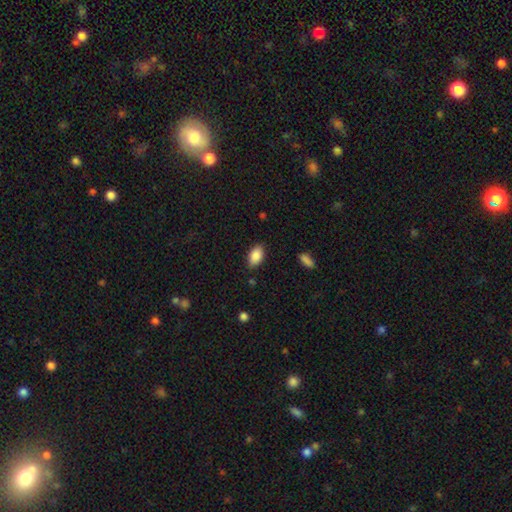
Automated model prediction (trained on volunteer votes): Overall: smooth (87%). How rounded: in between (92%). Merging: none (82%).